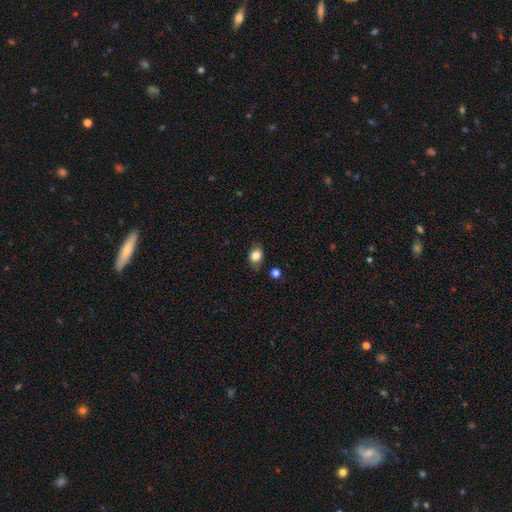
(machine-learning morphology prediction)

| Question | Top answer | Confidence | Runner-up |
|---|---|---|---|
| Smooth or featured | smooth | 82% | star or artifact (10%) |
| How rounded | in between | 62% | round (36%) |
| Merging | none | 76% | minor disturbance (18%) |